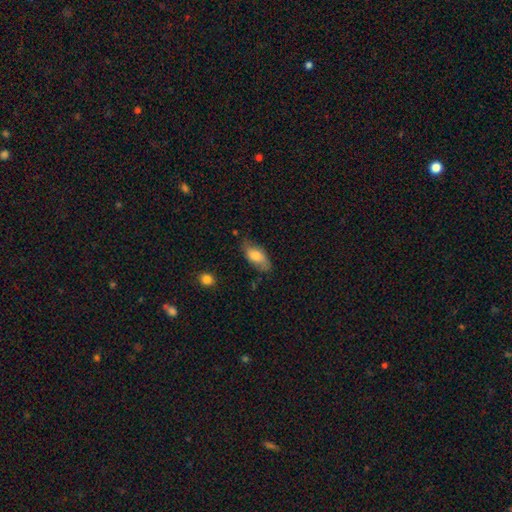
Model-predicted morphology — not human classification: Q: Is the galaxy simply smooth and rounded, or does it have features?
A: smooth — 70%.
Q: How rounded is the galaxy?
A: in between — 88%.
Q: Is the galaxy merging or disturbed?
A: none — 65%.